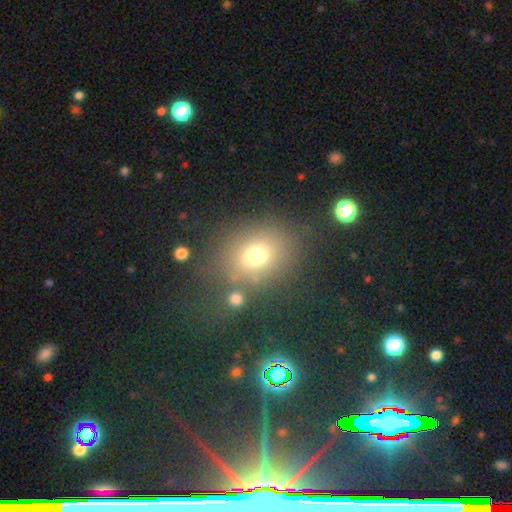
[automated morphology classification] type=smooth (72%); roundness=round (53%); merging=none (70%).